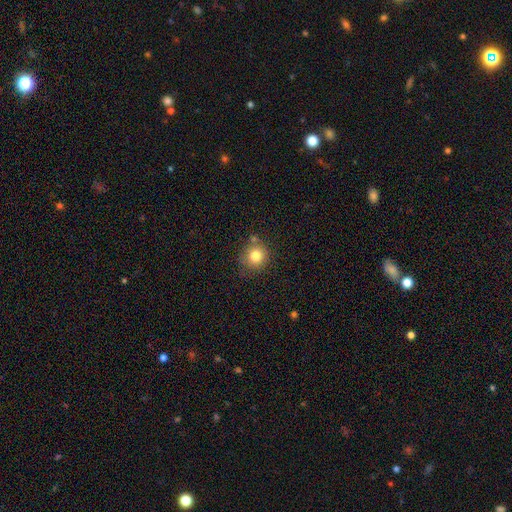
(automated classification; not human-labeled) Smooth or featured?
  - smooth: 81% *
  - star or artifact: 11%
  - featured or disk: 8%
How rounded?
  - round: 88% *
  - in between: 11%
  - cigar-shaped: 1%
Merging?
  - none: 74% *
  - minor disturbance: 14%
  - merger: 8%
  - major disturbance: 4%